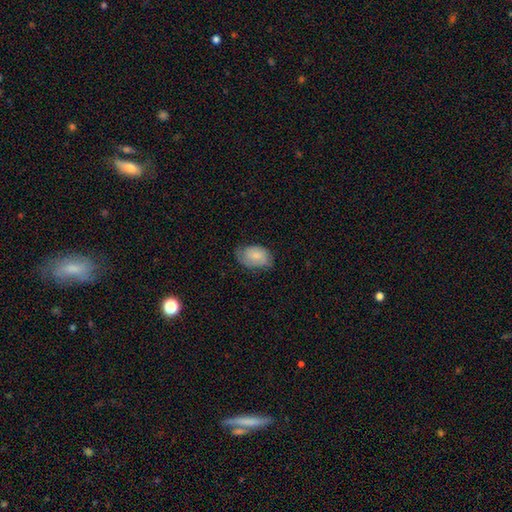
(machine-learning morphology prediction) smooth_or_featured: smooth (p=0.73) [alt: featured or disk p=0.20]
how_rounded: in between (p=0.89) [alt: round p=0.10]
merging: none (p=0.57) [alt: minor disturbance p=0.32]